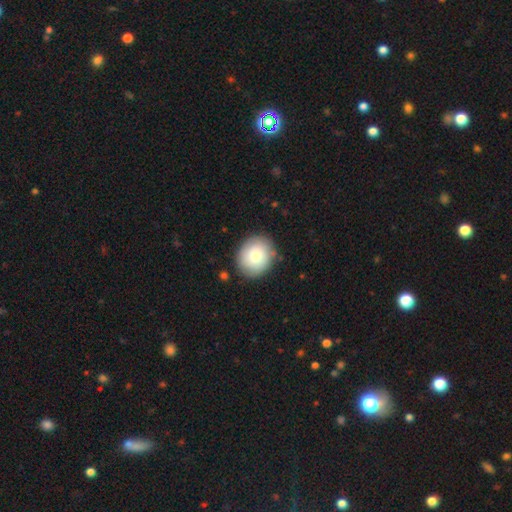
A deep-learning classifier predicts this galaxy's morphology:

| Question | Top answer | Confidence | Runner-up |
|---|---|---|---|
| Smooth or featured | smooth | 78% | featured or disk (14%) |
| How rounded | round | 75% | in between (24%) |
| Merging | none | 84% | minor disturbance (11%) |